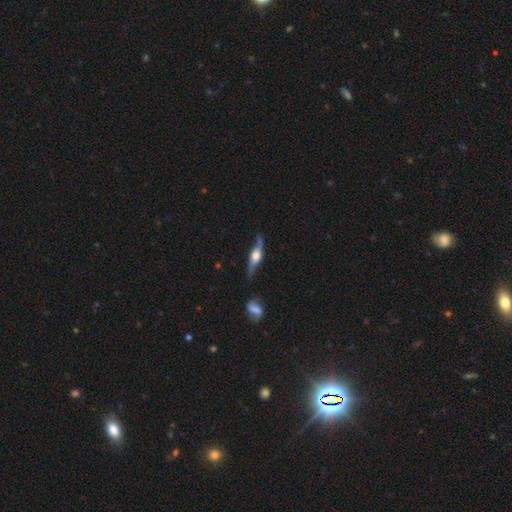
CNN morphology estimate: Overall: featured or disk (65%; smooth 28%). Edge-on disk: yes (78%). Edge-on bulge: rounded (90%). Merging: none (63%; minor disturbance 24%).